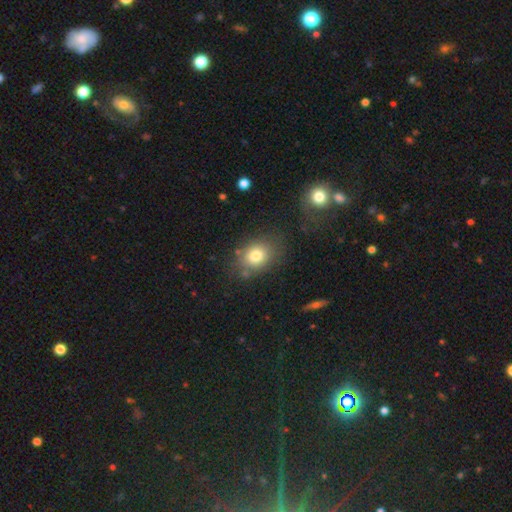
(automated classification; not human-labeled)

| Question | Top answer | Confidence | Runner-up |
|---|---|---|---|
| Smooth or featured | smooth | 77% | featured or disk (11%) |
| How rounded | in between | 56% | round (43%) |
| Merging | none | 72% | minor disturbance (16%) |